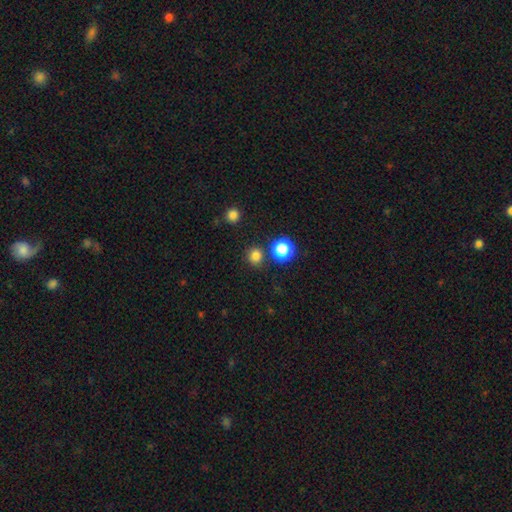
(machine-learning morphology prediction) Smooth or featured? smooth (79%)
How rounded? round (89%)
Merging? none (84%)